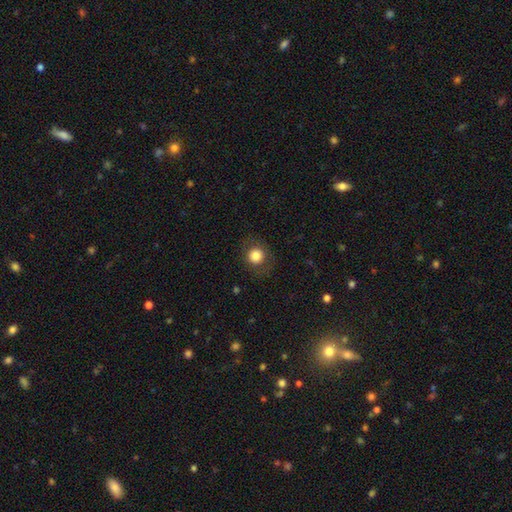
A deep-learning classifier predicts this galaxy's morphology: smooth_or_featured: smooth (p=0.82) [alt: star or artifact p=0.10]
how_rounded: round (p=0.90) [alt: in between p=0.09]
merging: none (p=0.84) [alt: minor disturbance p=0.10]